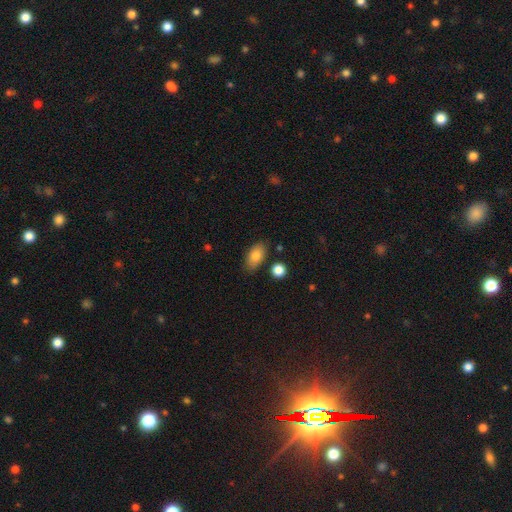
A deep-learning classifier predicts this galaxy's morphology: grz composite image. It shows a smooth galaxy with no disk features (82%) that is in between round and cigar-shaped (90%). Merging: none (80%).